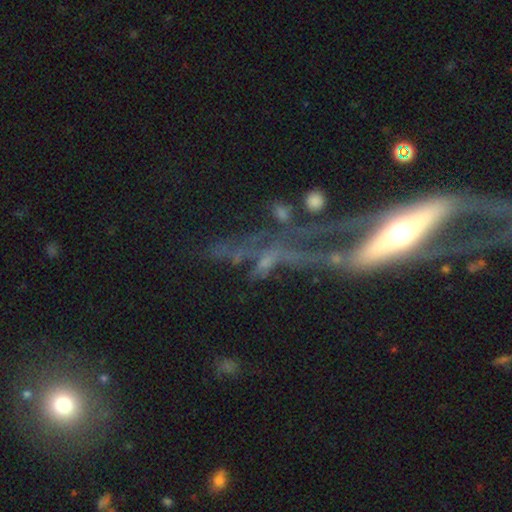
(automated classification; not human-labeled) The model was most divided on "edge-on disk": no: 53%, yes: 47%. Remaining: smooth or featured — featured or disk (71%); merging — major disturbance (37%).